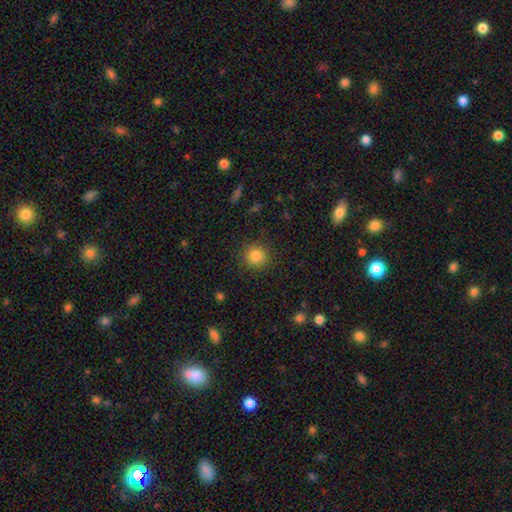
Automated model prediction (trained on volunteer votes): A smooth galaxy with no disk features (84%) that is round (93%). Merging: none (89%).